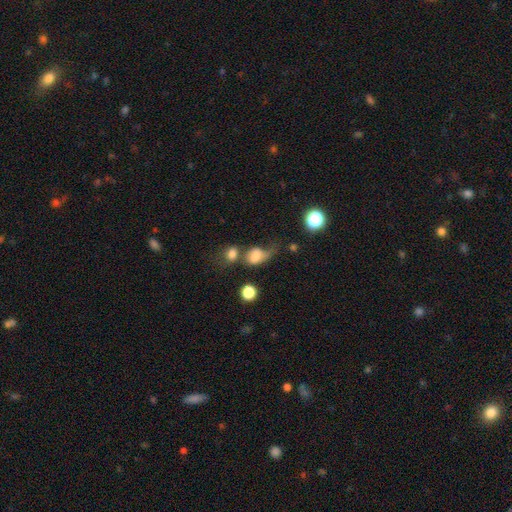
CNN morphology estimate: Smooth or featured?
  - smooth: 67% *
  - featured or disk: 21%
  - star or artifact: 12%
How rounded?
  - in between: 62% *
  - round: 36%
  - cigar-shaped: 2%
Merging?
  - major disturbance: 33% *
  - merger: 27%
  - minor disturbance: 20%
  - none: 20%